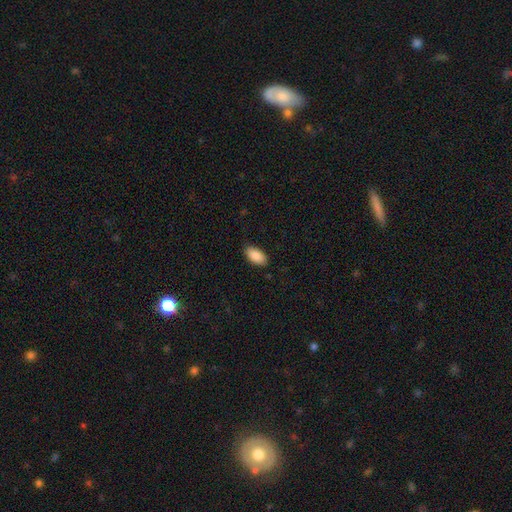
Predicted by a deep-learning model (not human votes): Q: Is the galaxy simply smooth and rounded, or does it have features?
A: smooth — 89%.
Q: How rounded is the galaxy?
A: in between — 93%.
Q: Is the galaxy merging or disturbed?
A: none — 87%.